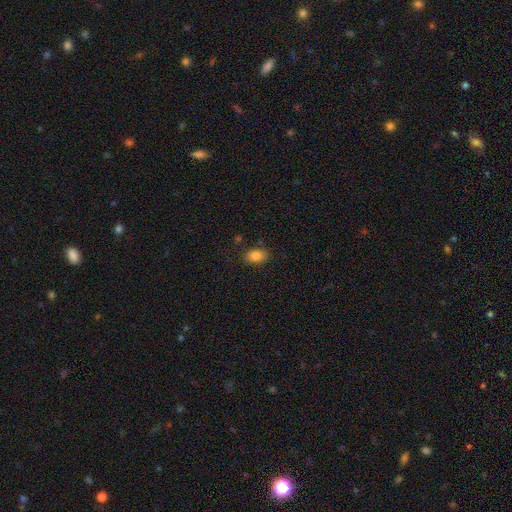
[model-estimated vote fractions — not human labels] This is clearly a smooth galaxy (83%). How rounded: clearly in between (83%). Merging: clearly none (83%).